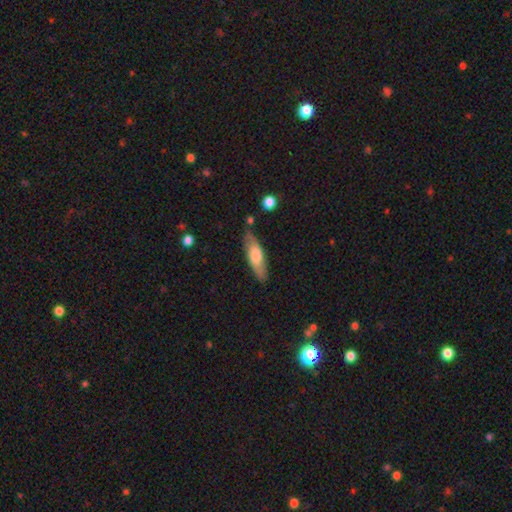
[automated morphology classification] This is likely a smooth galaxy (64%). How rounded: possibly cigar-shaped (54%). Merging: likely none (77%).